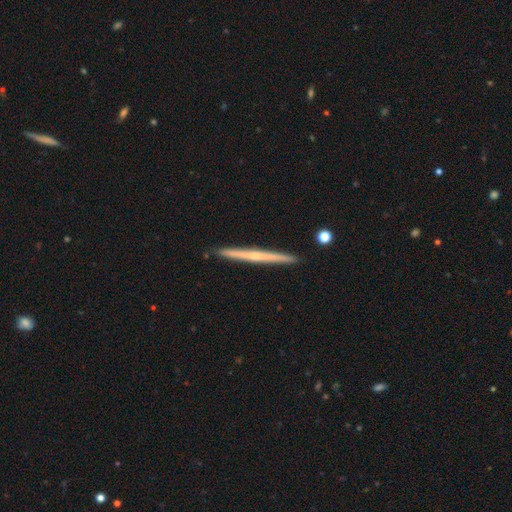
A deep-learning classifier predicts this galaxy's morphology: Overall: featured or disk (63%; smooth 31%). Edge-on disk: yes (98%). Edge-on bulge: none (57%; rounded 38%). Merging: none (93%).